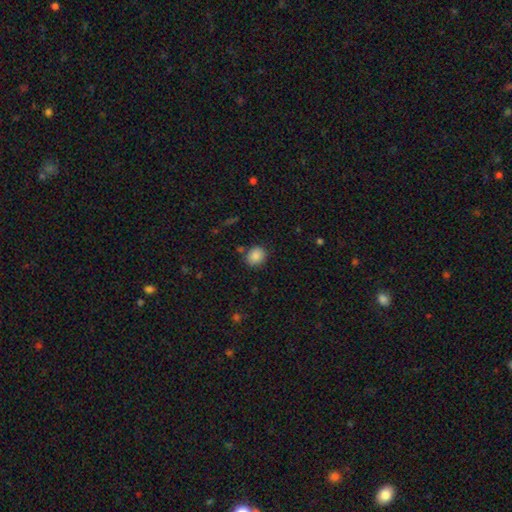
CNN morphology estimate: This is clearly a smooth galaxy (87%). How rounded: likely round (62%). Merging: clearly none (81%).